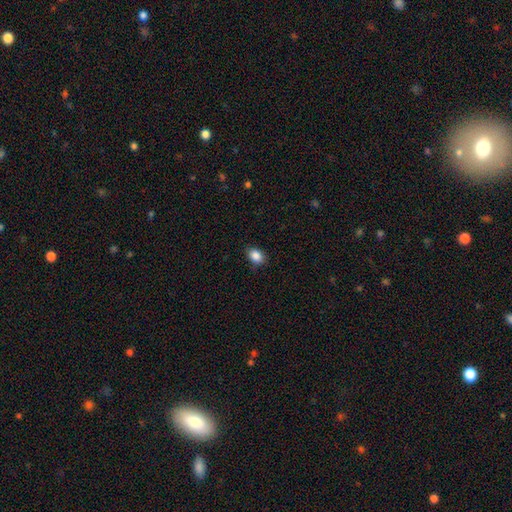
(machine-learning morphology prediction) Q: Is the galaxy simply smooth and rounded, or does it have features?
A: smooth — 88%.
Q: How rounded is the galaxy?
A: in between — 76%.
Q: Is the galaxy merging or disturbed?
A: none — 85%.